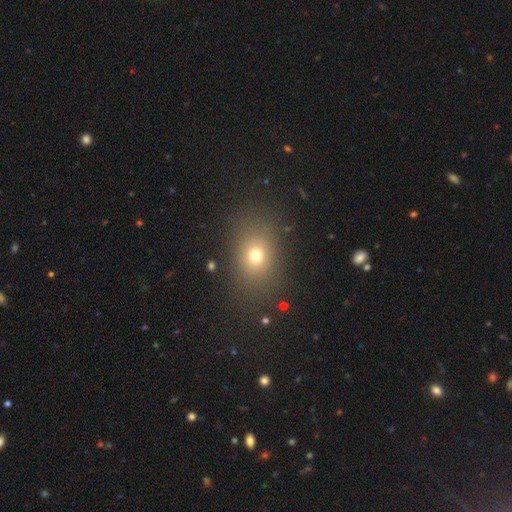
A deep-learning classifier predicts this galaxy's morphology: smooth 70%, star or artifact 17%, featured or disk 12%. Down the decision tree: how rounded — in between (61%); merging — none (81%).